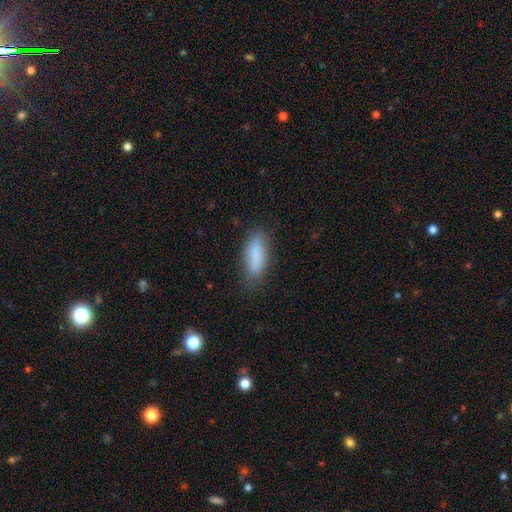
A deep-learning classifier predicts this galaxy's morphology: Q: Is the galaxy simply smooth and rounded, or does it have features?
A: smooth — 84%.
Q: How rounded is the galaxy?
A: in between — 61%.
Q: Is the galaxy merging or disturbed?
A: none — 78%.